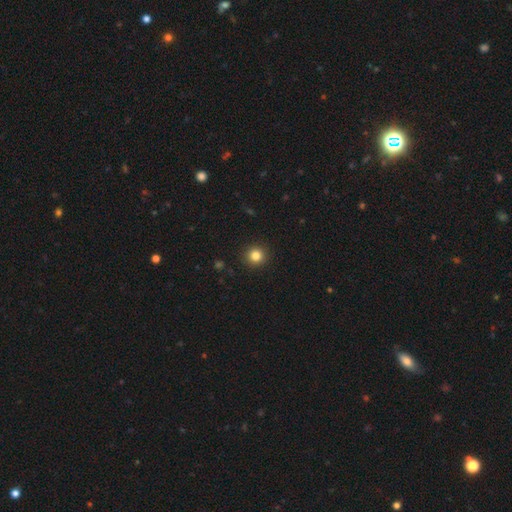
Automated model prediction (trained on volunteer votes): A smooth galaxy with no disk features (82%) that is round (94%). Merging: none (92%).